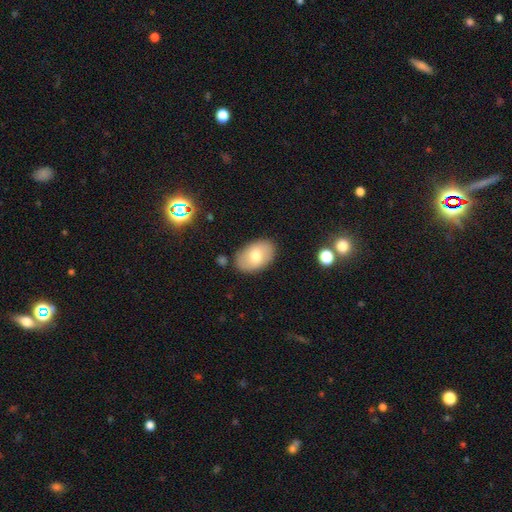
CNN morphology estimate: smooth 70%, featured or disk 24%, star or artifact 7%. Down the decision tree: how rounded — in between (90%); merging — none (84%).